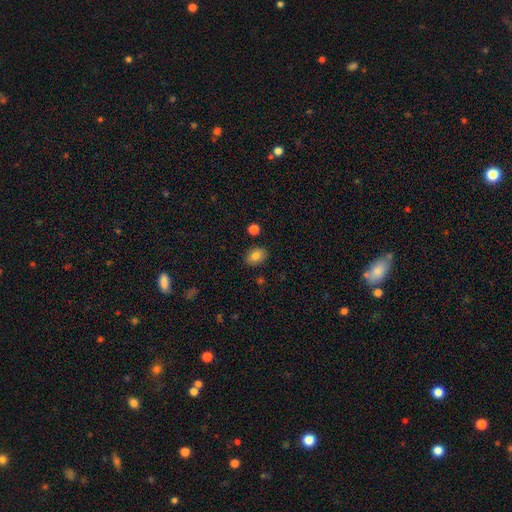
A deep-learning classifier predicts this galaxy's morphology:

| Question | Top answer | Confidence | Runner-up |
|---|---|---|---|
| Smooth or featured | smooth | 82% | featured or disk (9%) |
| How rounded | in between | 67% | round (32%) |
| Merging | none | 86% | minor disturbance (9%) |